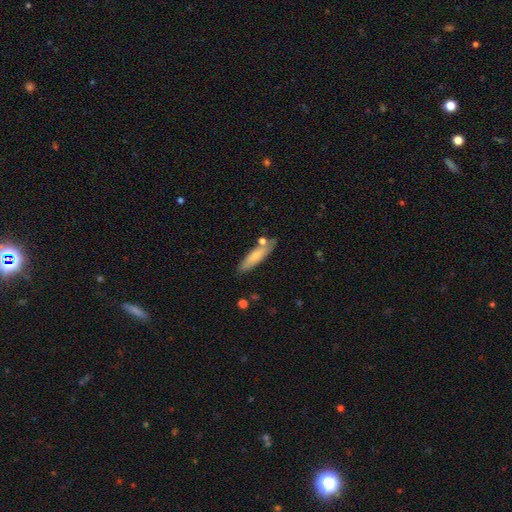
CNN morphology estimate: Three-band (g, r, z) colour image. It shows a smooth galaxy with no disk features (73%) that is cigar-shaped (71%). Merging: none (72%).